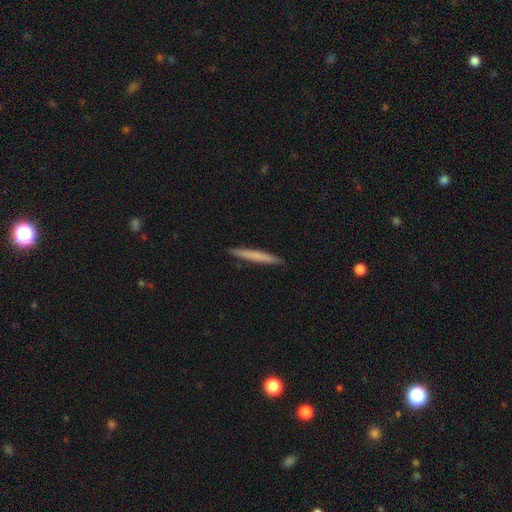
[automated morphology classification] This appears to be a smooth galaxy with no disk features (68%) that is cigar-shaped (97%). Merging: none (92%).